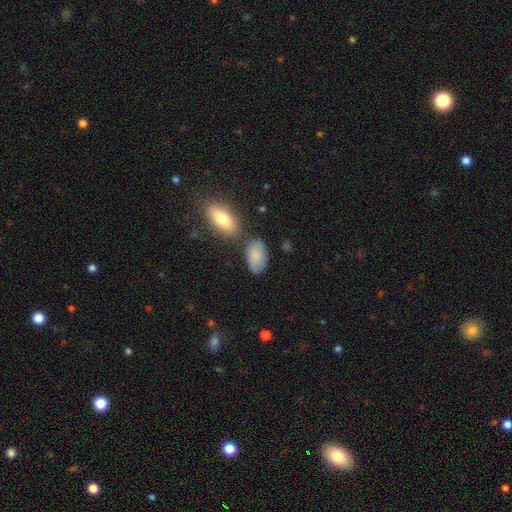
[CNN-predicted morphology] A smooth galaxy with no disk features (80%) that is in between round and cigar-shaped (93%). Merging: none (61%).